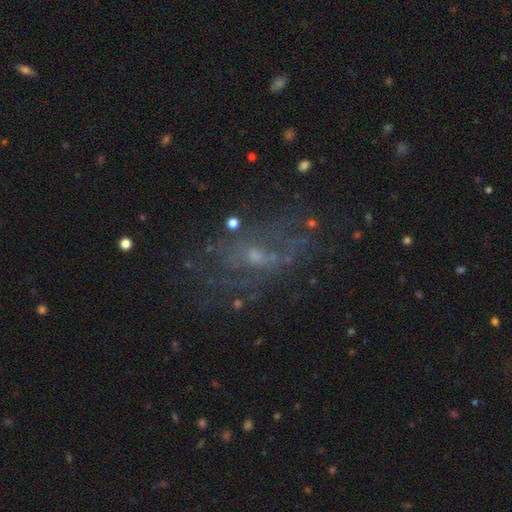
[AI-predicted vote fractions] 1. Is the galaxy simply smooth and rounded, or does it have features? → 65% featured or disk, 19% smooth, 16% star or artifact.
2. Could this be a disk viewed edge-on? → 93% no, 7% yes.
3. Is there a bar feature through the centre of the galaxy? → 62% no, 31% weak, 7% strong.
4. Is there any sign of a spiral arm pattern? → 50% no (tied), 50% yes (tied).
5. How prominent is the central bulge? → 59% small, 29% moderate, 9% none, 2% large, 1% dominant.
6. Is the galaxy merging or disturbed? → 57% none, 21% major disturbance, 19% minor disturbance, 3% merger.